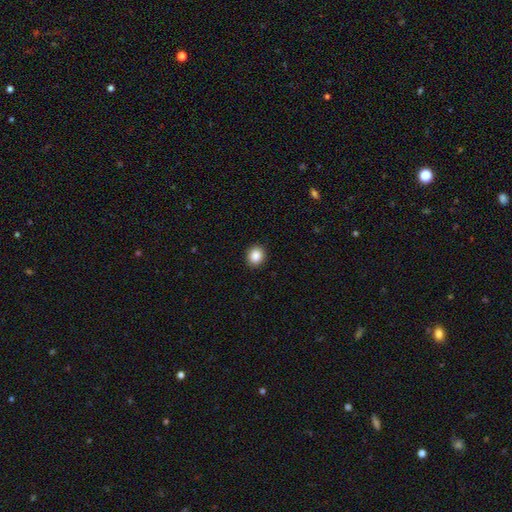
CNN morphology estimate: A smooth galaxy with no disk features (88%) that is round (79%).

Vote fractions:
- Smooth or featured? smooth: 88% / star or artifact: 9% / featured or disk: 3%
- How rounded? round: 79% / in between: 20% / cigar-shaped: 1%
- Merging? none: 92% / minor disturbance: 6% / major disturbance: 2% / merger: 1%